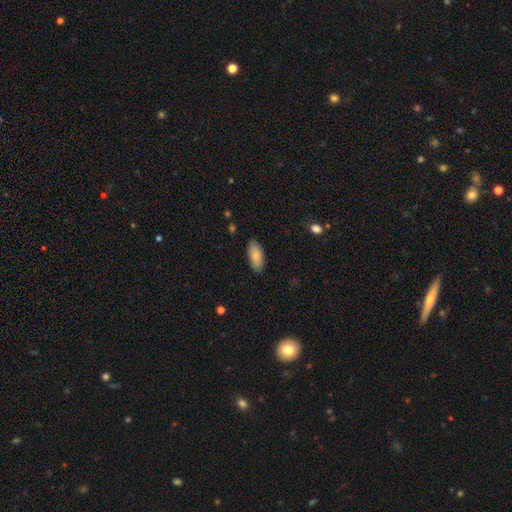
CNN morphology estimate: This is clearly a smooth galaxy (85%). How rounded: clearly in between (88%). Merging: clearly none (86%).